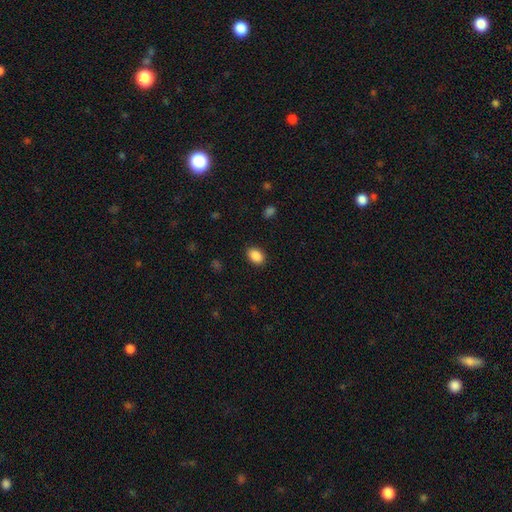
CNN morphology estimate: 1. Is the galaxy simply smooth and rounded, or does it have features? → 89% smooth, 8% star or artifact, 3% featured or disk.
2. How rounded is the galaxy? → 80% in between, 19% round, 1% cigar-shaped.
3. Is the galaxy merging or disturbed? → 89% none, 8% minor disturbance, 2% major disturbance, 1% merger.